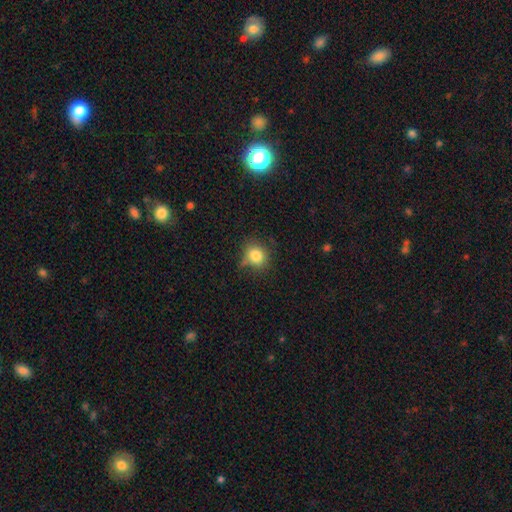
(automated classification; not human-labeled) Smooth or featured: smooth — 81% (star or artifact — 11%)
How rounded: round — 76% (in between — 23%)
Merging: none — 66% (minor disturbance — 22%)